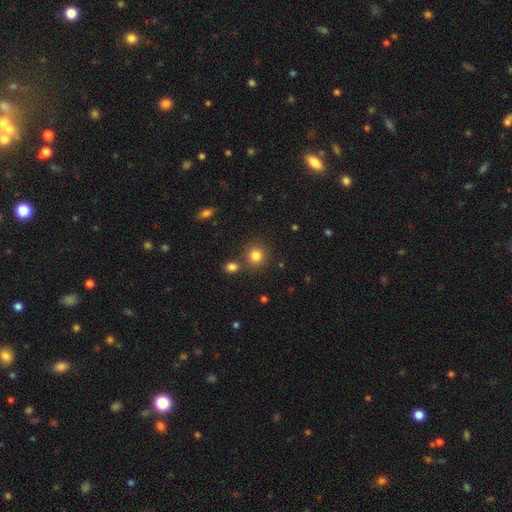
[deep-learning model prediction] Smooth or featured?
  - smooth: 82% *
  - star or artifact: 12%
  - featured or disk: 6%
How rounded?
  - round: 88% *
  - in between: 11%
  - cigar-shaped: 1%
Merging?
  - none: 78% *
  - merger: 11%
  - minor disturbance: 8%
  - major disturbance: 3%